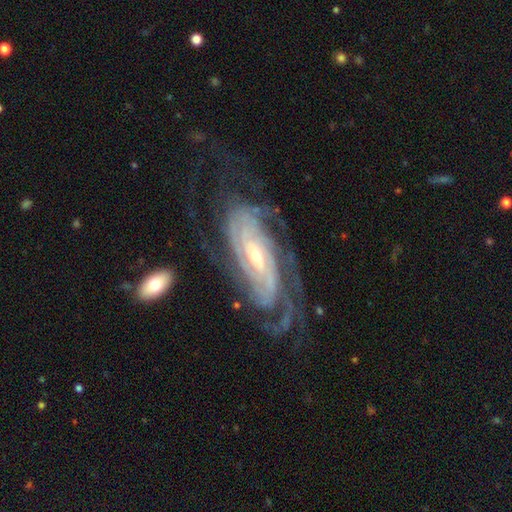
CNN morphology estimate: A featured or disk galaxy (91%) with no bar (43%), tight (68%) spiral arms (98%) and a small central bulge (57%).

Vote fractions:
- Smooth or featured? featured or disk: 91% / star or artifact: 5% / smooth: 4%
- Edge-on disk? no: 93% / yes: 7%
- Bar? no: 43% / weak: 35% / strong: 22%
- Spiral arms? yes: 98% / no: 2%
- Spiral winding? tight: 68% / medium: 26% / loose: 6%
- Spiral arm count? can't tell: 26% / 3: 21% / 2: 21% / 4: 17% / more than 4: 8% / 1: 7%
- Bulge size? small: 57% / moderate: 39% / large: 2% / none: 1% / dominant: 1%
- Merging? none: 64% / minor disturbance: 18% / major disturbance: 15% / merger: 3%